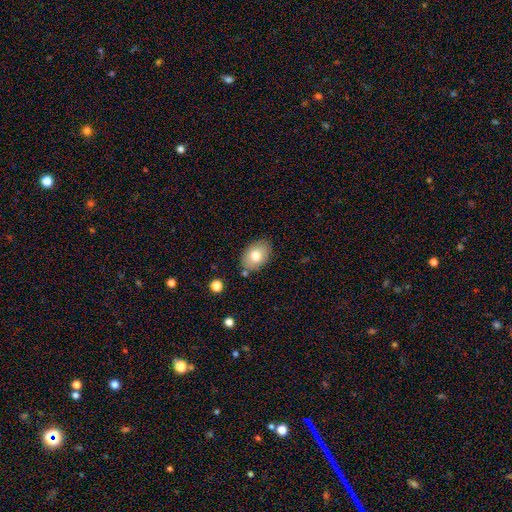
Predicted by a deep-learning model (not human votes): Smooth or featured? Predicted: smooth (p=0.77). How rounded? Predicted: in between (p=0.84). Merging? Predicted: none (p=0.81).